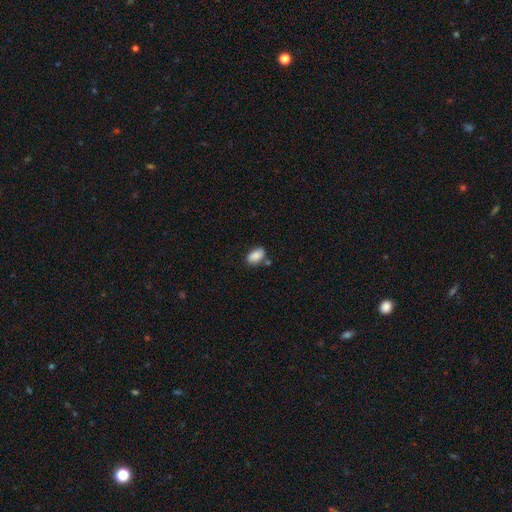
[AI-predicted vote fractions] Smooth or featured? Predicted: smooth (p=0.86). How rounded? Predicted: in between (p=0.92). Merging? Predicted: none (p=0.67).